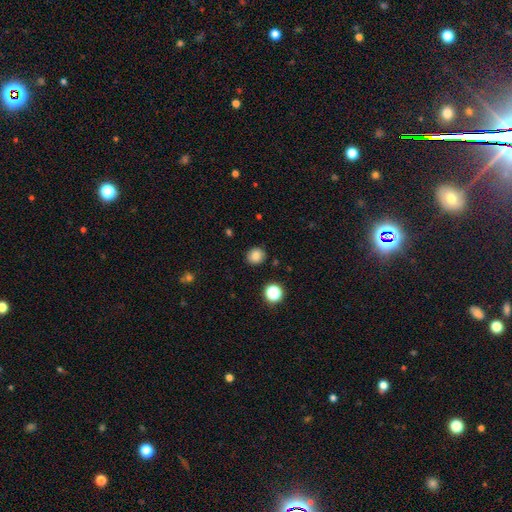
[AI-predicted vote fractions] A smooth galaxy with no disk features (82%) that is round (84%).

Vote fractions:
- Smooth or featured? smooth: 82% / star or artifact: 12% / featured or disk: 6%
- How rounded? round: 84% / in between: 15% / cigar-shaped: 1%
- Merging? none: 89% / minor disturbance: 8% / major disturbance: 2% / merger: 2%